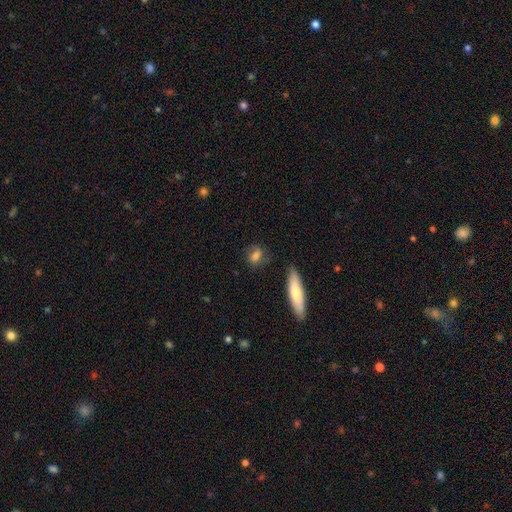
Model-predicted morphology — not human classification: The model was most divided on "how rounded": in between: 58%, round: 31%, cigar-shaped: 10%. More confident: smooth or featured — smooth (70%); merging — none (70%).